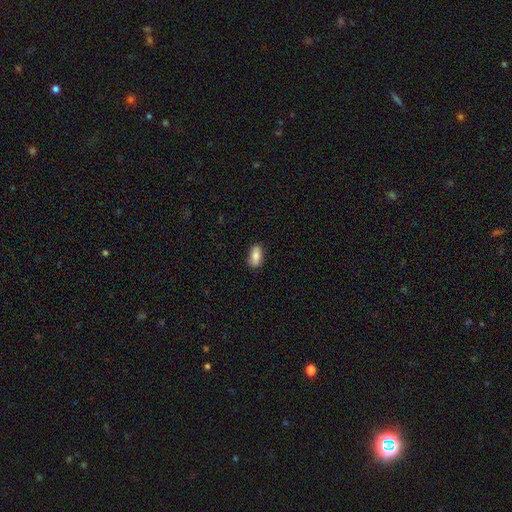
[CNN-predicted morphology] This is clearly a smooth galaxy (86%). How rounded: clearly in between (89%). Merging: clearly none (83%).